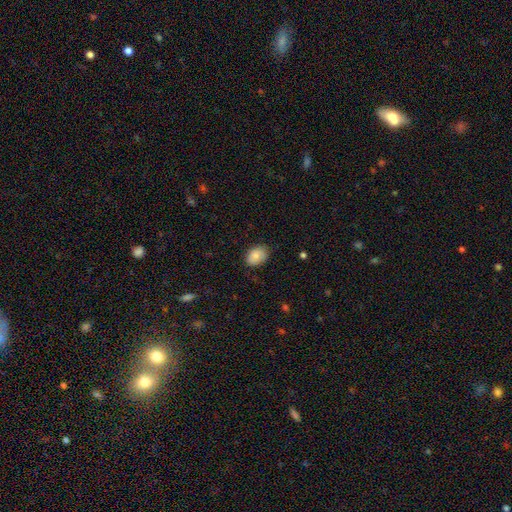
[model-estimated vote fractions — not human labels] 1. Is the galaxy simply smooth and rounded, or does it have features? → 83% smooth, 10% featured or disk, 7% star or artifact.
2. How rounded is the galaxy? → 76% in between, 23% round, 1% cigar-shaped.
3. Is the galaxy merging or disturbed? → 81% none, 16% minor disturbance, 3% major disturbance, 1% merger.